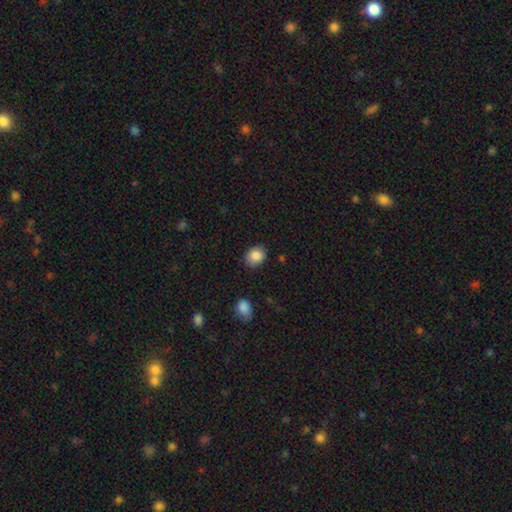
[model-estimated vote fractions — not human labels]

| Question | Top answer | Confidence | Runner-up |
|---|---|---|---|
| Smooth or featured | smooth | 87% | star or artifact (8%) |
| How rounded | in between | 50% | round (49%) |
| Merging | none | 83% | minor disturbance (12%) |